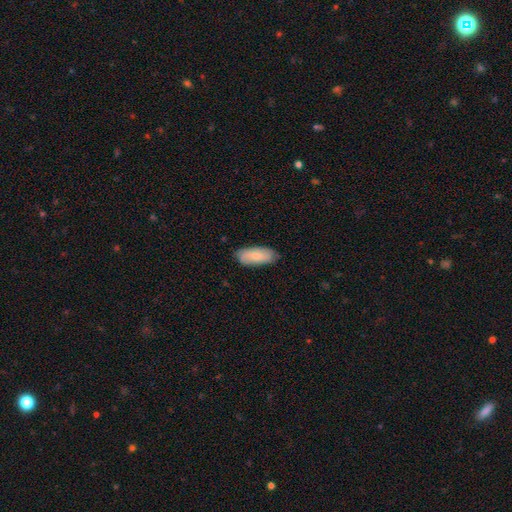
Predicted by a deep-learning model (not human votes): smooth 78%, featured or disk 16%, star or artifact 6%. Down the decision tree: how rounded — in between (77%); merging — none (82%).